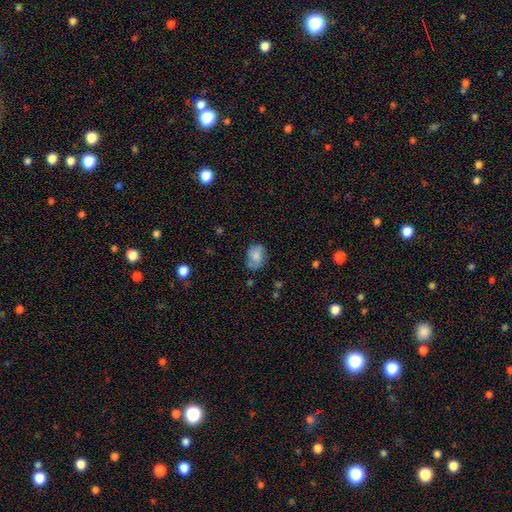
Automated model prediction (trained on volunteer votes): Smooth or featured? smooth (71%)
How rounded? in between (60%)
Merging? none (60%)